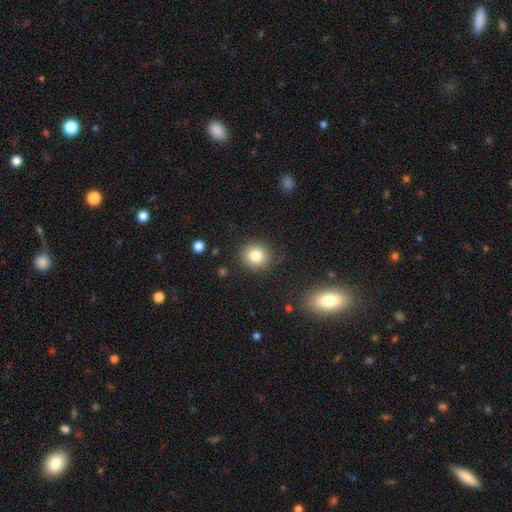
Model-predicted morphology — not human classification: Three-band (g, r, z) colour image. It shows a smooth galaxy with no disk features (81%) that is round (88%). Merging: none (85%).